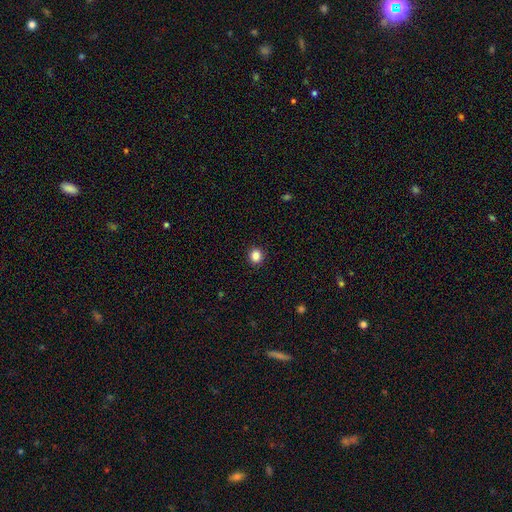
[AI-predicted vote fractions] Smooth or featured? smooth (86%)
How rounded? round (85%)
Merging? none (92%)